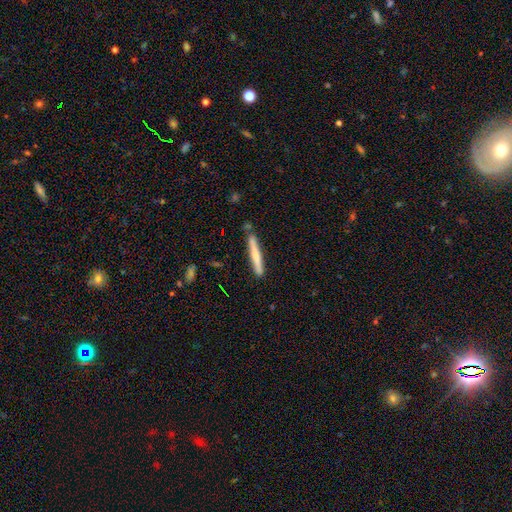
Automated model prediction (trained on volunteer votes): A smooth galaxy with no disk features (62%) that is cigar-shaped (96%).

Vote fractions:
- Smooth or featured? smooth: 62% / featured or disk: 33% / star or artifact: 6%
- How rounded? cigar-shaped: 96% / in between: 3% / round: 1%
- Merging? none: 83% / minor disturbance: 11% / merger: 4% / major disturbance: 2%